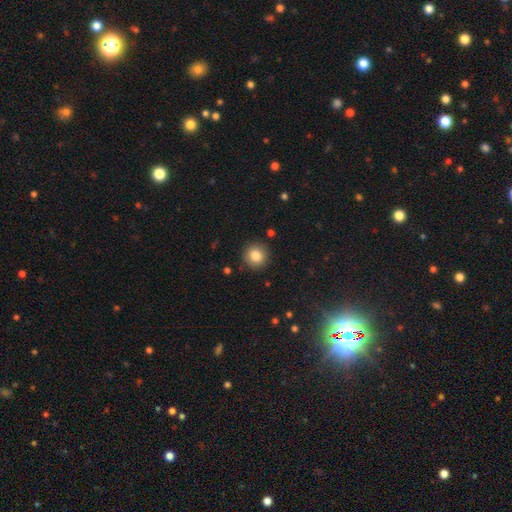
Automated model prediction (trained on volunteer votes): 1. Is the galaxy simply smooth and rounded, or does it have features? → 84% smooth, 10% star or artifact, 6% featured or disk.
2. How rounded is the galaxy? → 94% round, 5% in between, 1% cigar-shaped.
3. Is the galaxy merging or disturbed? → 91% none, 6% minor disturbance, 2% major disturbance, 1% merger.